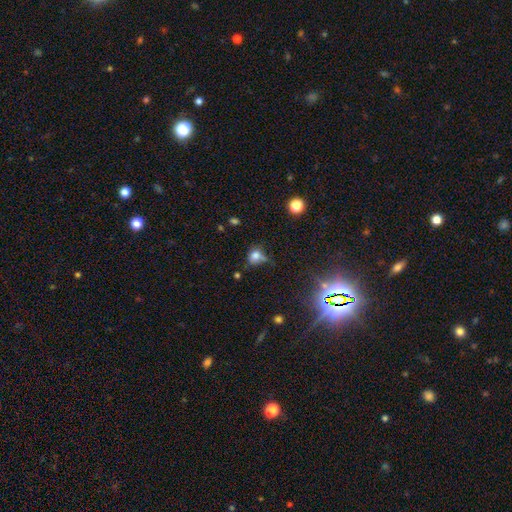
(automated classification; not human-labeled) smooth 72%, star or artifact 17%, featured or disk 10%. Down the decision tree: how rounded — round (62%); merging — none (46%).